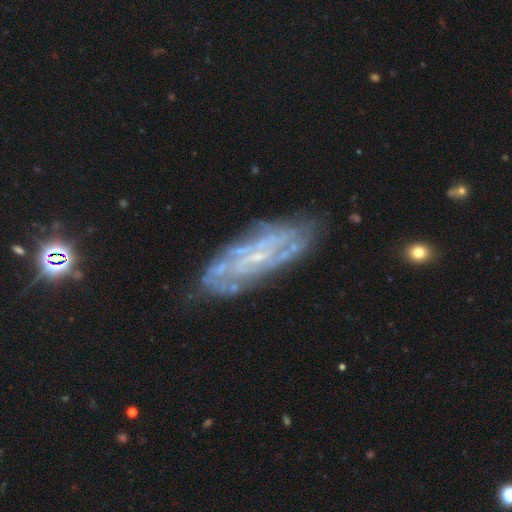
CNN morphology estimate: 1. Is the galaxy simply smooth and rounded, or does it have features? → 81% featured or disk, 12% smooth, 7% star or artifact.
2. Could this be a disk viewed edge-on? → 86% no, 14% yes.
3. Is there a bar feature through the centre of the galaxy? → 56% no, 32% weak, 12% strong.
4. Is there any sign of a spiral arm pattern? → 83% yes, 17% no.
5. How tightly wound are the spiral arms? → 58% tight, 31% medium, 10% loose.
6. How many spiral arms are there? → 52% can't tell, 16% 2, 11% 3, 10% 4, 6% more than 4, 5% 1.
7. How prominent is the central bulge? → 77% small, 12% moderate, 10% none, 1% large, 1% dominant.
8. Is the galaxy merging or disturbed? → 76% none, 16% minor disturbance, 6% major disturbance, 2% merger.